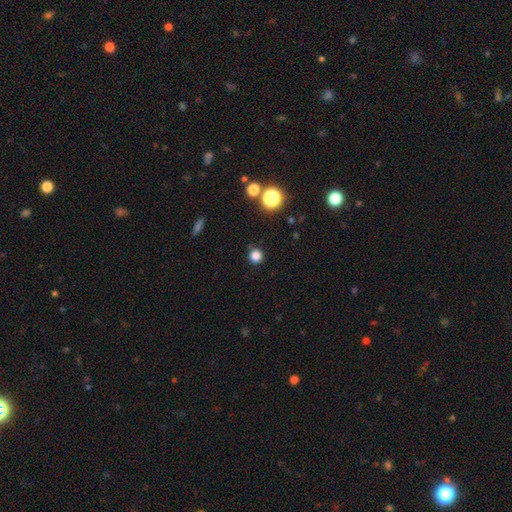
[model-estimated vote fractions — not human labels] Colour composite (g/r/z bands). It shows a smooth galaxy with no disk features (81%) that is round (94%). Merging: none (88%).